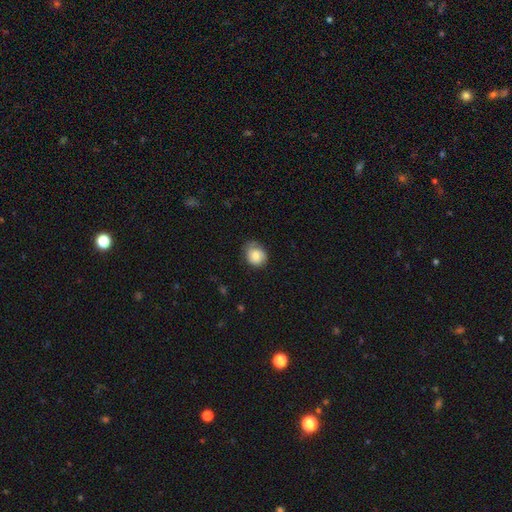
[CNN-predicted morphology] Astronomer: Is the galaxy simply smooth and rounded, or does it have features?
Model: smooth — 73%.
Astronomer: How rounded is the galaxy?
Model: round — 61% (runner-up: in between, 38%).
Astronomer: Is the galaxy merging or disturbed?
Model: none — 58%.